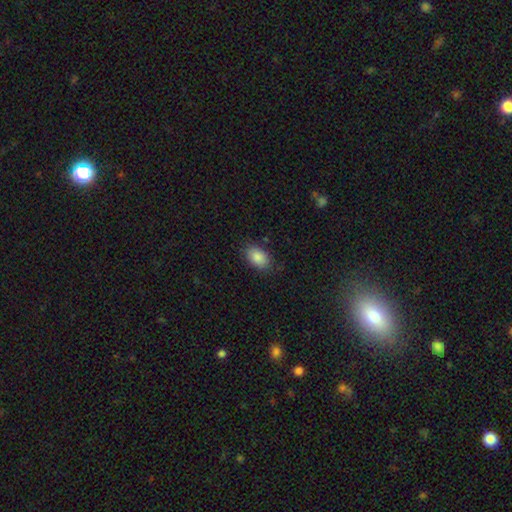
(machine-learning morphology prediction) Smooth or featured: smooth — 87% (star or artifact — 8%)
How rounded: in between — 88% (round — 10%)
Merging: none — 84% (minor disturbance — 12%)